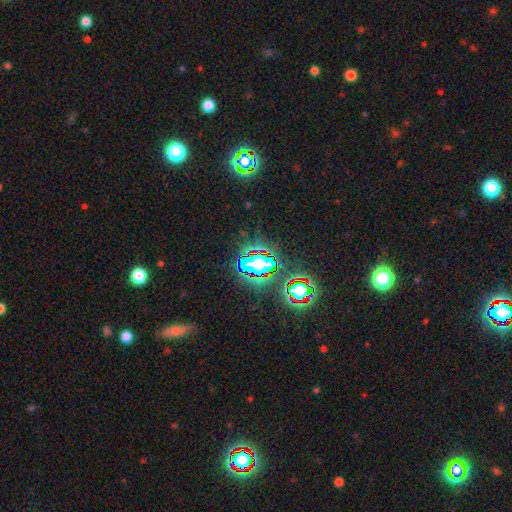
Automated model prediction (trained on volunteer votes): Smooth or featured? star or artifact (79%)